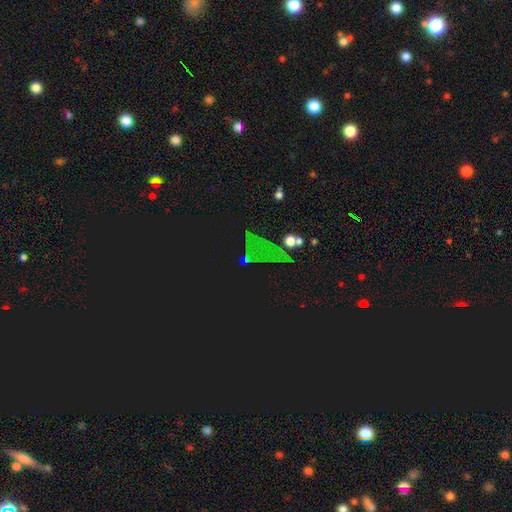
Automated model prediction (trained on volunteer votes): Smooth or featured?
  - star or artifact: 68% *
  - smooth: 19%
  - featured or disk: 13%